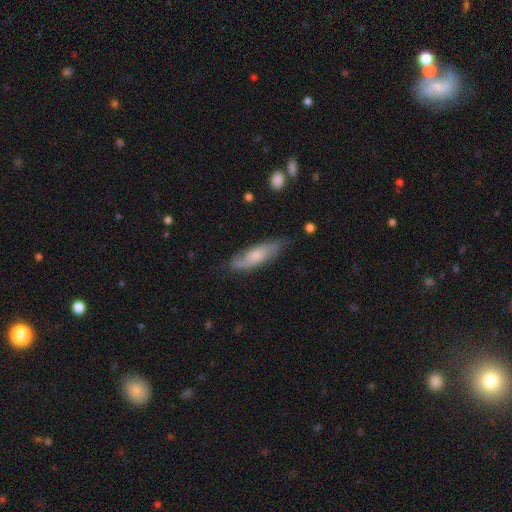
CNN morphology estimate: A featured or disk galaxy (49%). Merging: none (72%).